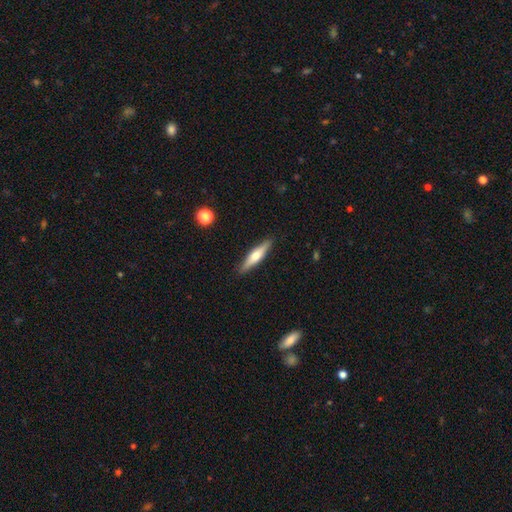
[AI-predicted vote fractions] featured or disk 49%, smooth 45%, star or artifact 6%. Down the decision tree: merging — none (89%).